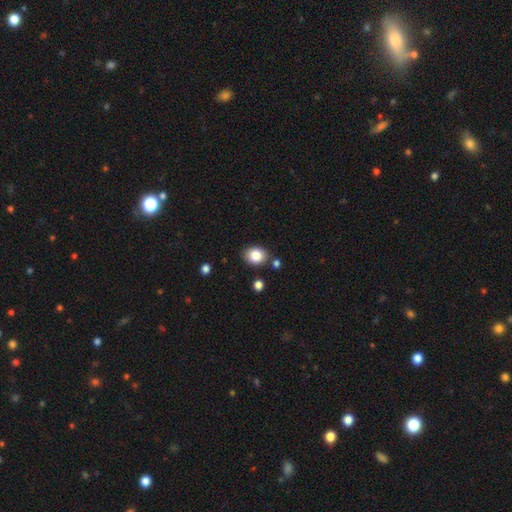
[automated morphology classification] Smooth or featured? smooth (85%)
How rounded? round (50%)
Merging? none (80%)